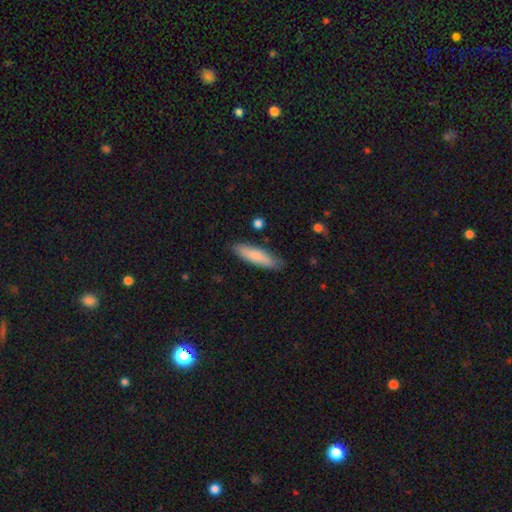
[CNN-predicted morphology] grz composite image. It shows a smooth galaxy with no disk features (81%) that is cigar-shaped (70%). Merging: none (84%).